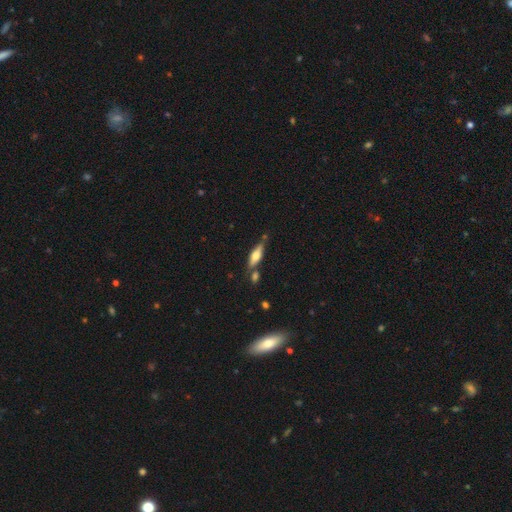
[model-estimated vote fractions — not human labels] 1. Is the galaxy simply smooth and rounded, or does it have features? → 53% smooth, 40% featured or disk, 7% star or artifact.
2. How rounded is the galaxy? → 52% cigar-shaped, 46% in between, 2% round.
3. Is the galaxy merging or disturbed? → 66% none, 16% minor disturbance, 14% merger, 4% major disturbance.